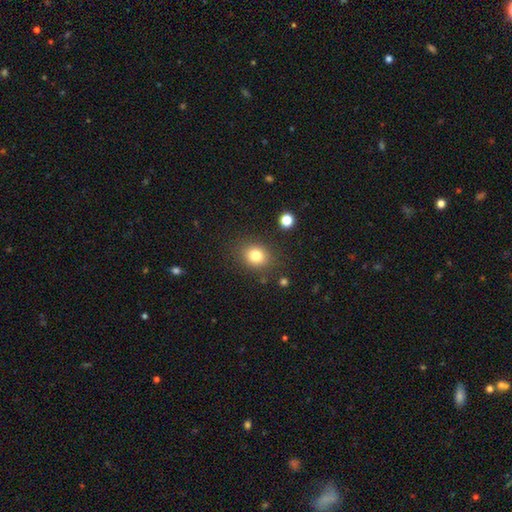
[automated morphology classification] Smooth or featured?
  - smooth: 80% *
  - star or artifact: 12%
  - featured or disk: 8%
How rounded?
  - round: 61% *
  - in between: 38%
  - cigar-shaped: 1%
Merging?
  - none: 83% *
  - minor disturbance: 10%
  - major disturbance: 4%
  - merger: 3%